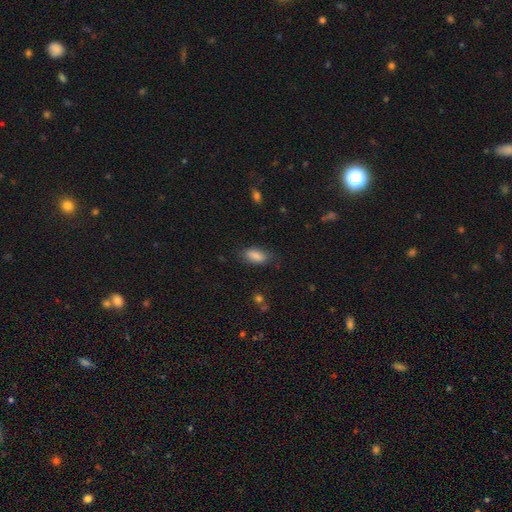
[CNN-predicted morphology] A smooth galaxy with no disk features (84%) that is in between round and cigar-shaped (88%). Merging: none (76%).